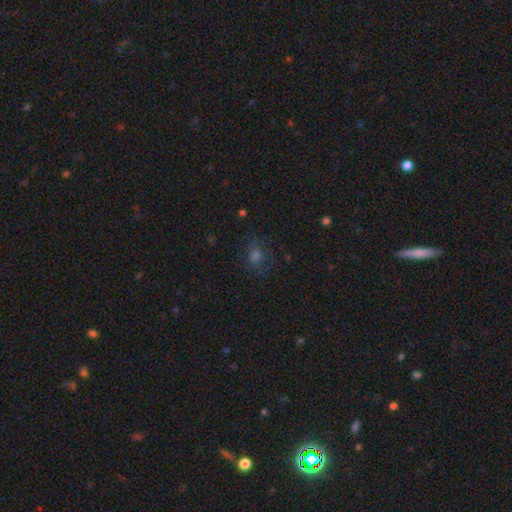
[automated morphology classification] Q: Smooth or featured?
A: smooth (45%); runner-up: star or artifact (33%)
Q: Merging?
A: none (69%); runner-up: minor disturbance (17%)